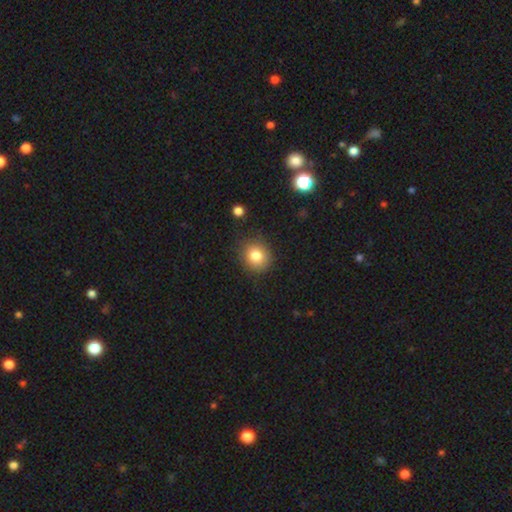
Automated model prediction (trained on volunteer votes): Morphology: type=smooth (81%); roundness=round (82%); merging=none (85%).